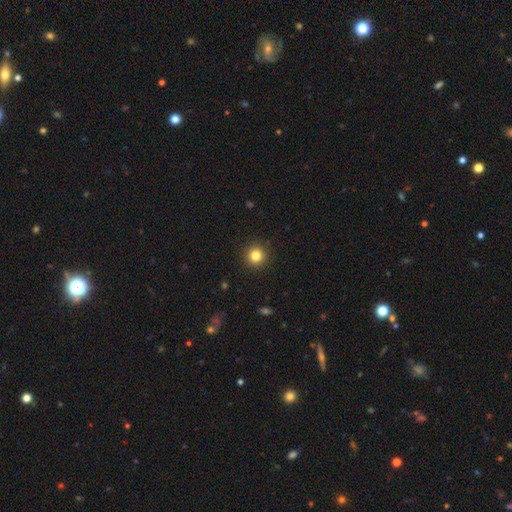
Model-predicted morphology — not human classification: A smooth galaxy with no disk features (82%) that is round (95%).

Vote fractions:
- Smooth or featured? smooth: 82% / star or artifact: 12% / featured or disk: 6%
- How rounded? round: 95% / in between: 4% / cigar-shaped: 1%
- Merging? none: 92% / minor disturbance: 5% / major disturbance: 2% / merger: 1%